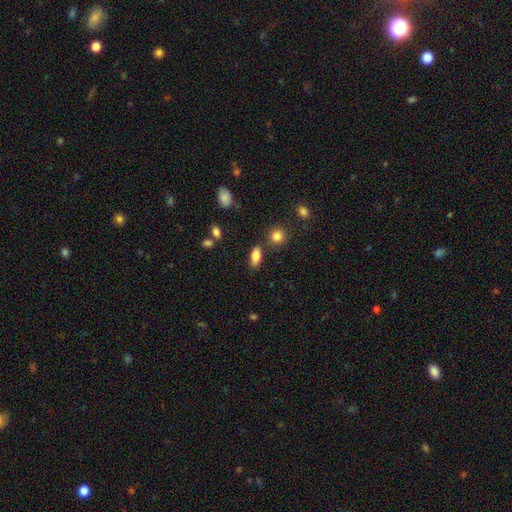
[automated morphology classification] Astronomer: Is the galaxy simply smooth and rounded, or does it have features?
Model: smooth — 81%.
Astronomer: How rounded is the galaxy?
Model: in between — 84%.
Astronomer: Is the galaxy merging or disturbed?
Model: none — 78%.